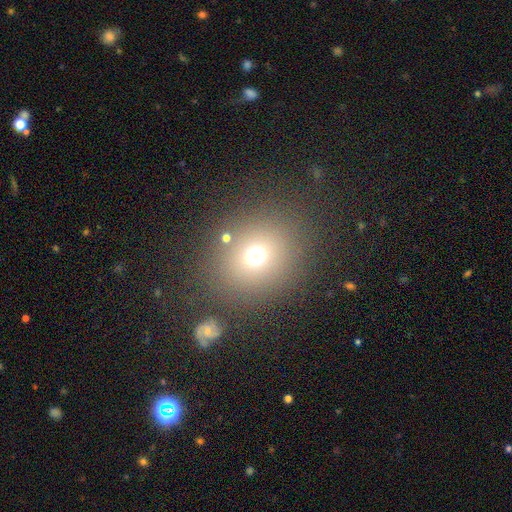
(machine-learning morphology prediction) This is likely a smooth galaxy (70%). How rounded: likely round (75%). Merging: likely none (79%).